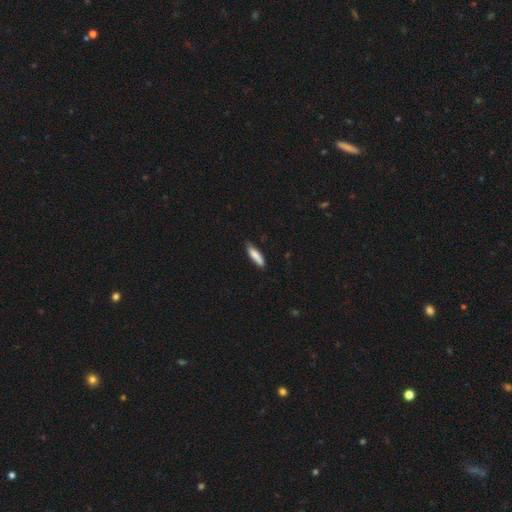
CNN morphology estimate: smooth-or-featured: smooth: 84% | featured or disk: 10% | star or artifact: 6%
  how-rounded: cigar-shaped: 67% | in between: 32% | round: 1%
  merging: none: 77% | minor disturbance: 19% | major disturbance: 3% | merger: 2%